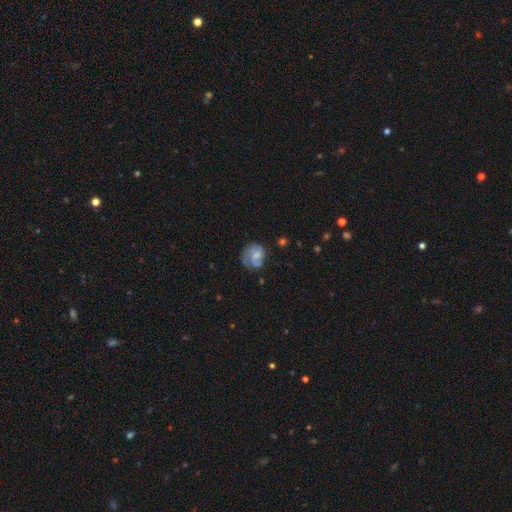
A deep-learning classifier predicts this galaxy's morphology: Overall: featured or disk (63%; smooth 29%). Edge-on disk: no (98%). Bar: no (51%; weak 41%). Spiral arms: yes (85%). Spiral arm count: 2 (46%; 1 24%). Spiral winding: medium (42%; tight 36%). Bulge size: small (42%; none 29%). Merging: none (53%; minor disturbance 24%).